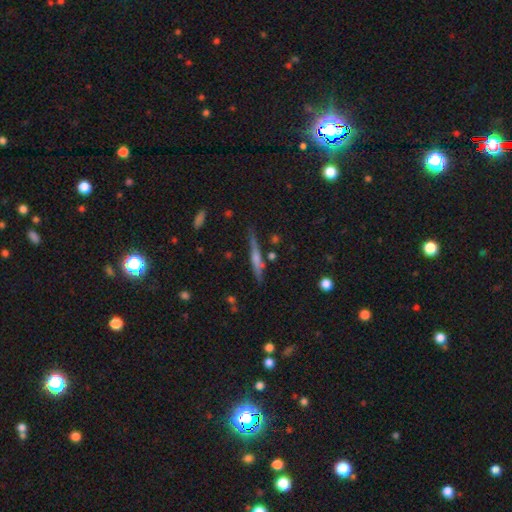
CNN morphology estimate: Q: Smooth or featured?
A: featured or disk (52%); runner-up: smooth (38%)
Q: Edge-on disk?
A: yes (94%); runner-up: no (6%)
Q: Merging?
A: none (78%); runner-up: minor disturbance (14%)